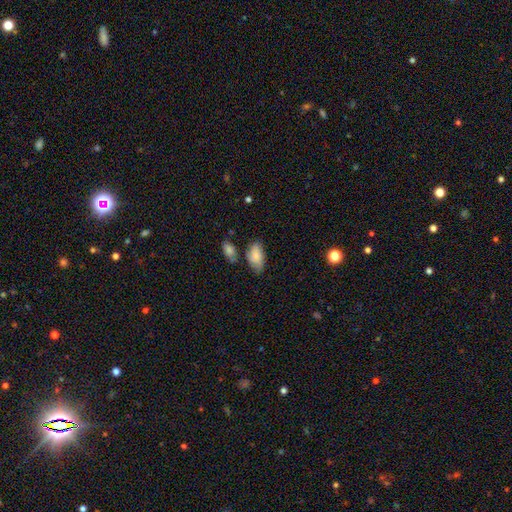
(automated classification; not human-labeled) A smooth galaxy with no disk features (80%) that is in between round and cigar-shaped (93%). Merging: none (61%).